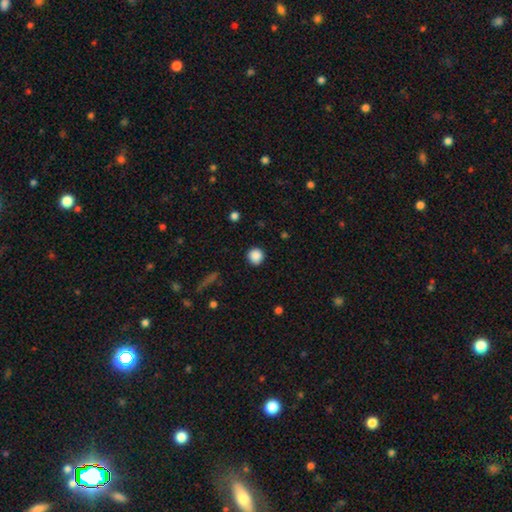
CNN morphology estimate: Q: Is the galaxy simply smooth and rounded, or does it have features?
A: smooth — 88%.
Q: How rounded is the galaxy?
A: round — 93%.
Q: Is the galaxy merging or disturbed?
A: none — 89%.